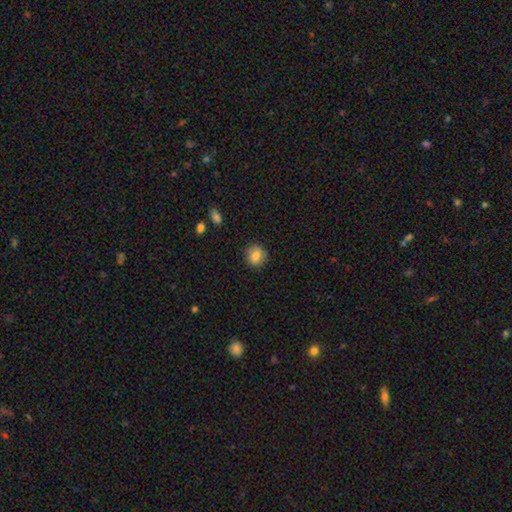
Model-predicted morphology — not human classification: A smooth galaxy with no disk features (84%) that is round (85%).

Vote fractions:
- Smooth or featured? smooth: 84% / star or artifact: 9% / featured or disk: 7%
- How rounded? round: 85% / in between: 14% / cigar-shaped: 1%
- Merging? none: 87% / minor disturbance: 9% / major disturbance: 2% / merger: 1%